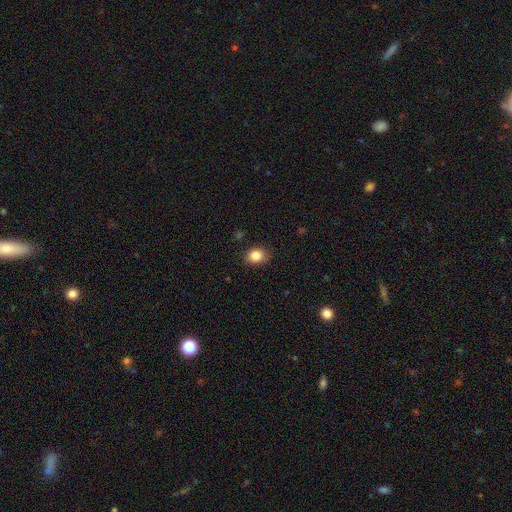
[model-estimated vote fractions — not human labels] This appears to be a smooth galaxy with no disk features (85%) that is in between round and cigar-shaped (52%). Merging: none (87%).